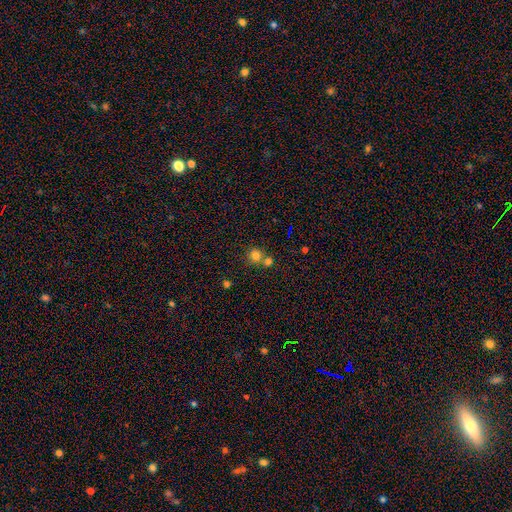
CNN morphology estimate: Smooth or featured: smooth — 79% (star or artifact — 13%)
How rounded: round — 88% (in between — 11%)
Merging: none — 56% (merger — 34%)